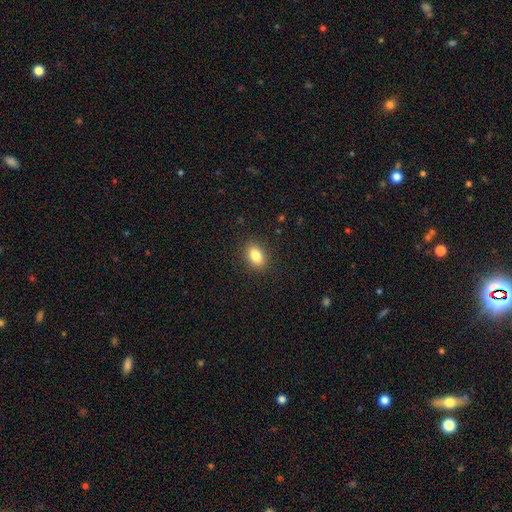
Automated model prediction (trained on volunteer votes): Smooth or featured? Predicted: smooth (p=0.83). How rounded? Predicted: in between (p=0.80). Merging? Predicted: none (p=0.89).